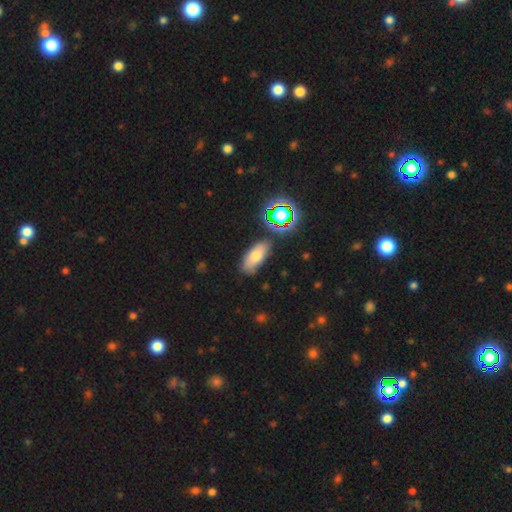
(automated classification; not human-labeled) smooth_or_featured: smooth (p=0.69) [alt: featured or disk p=0.16]
how_rounded: in between (p=0.83) [alt: cigar-shaped p=0.11]
merging: none (p=0.78) [alt: minor disturbance p=0.14]